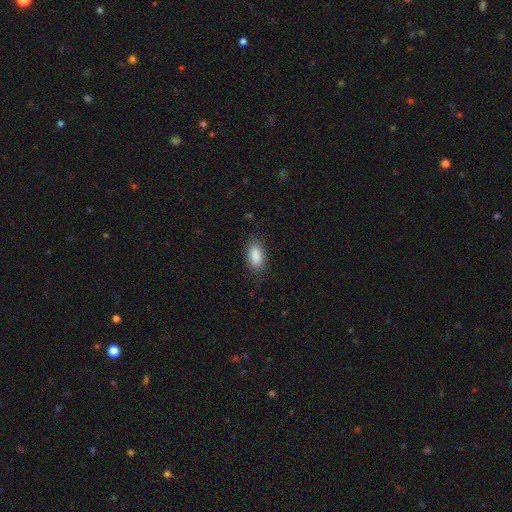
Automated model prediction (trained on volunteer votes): smooth-or-featured: smooth: 89% | star or artifact: 7% | featured or disk: 5%
  how-rounded: in between: 89% | cigar-shaped: 8% | round: 3%
  merging: none: 84% | minor disturbance: 12% | major disturbance: 3% | merger: 1%